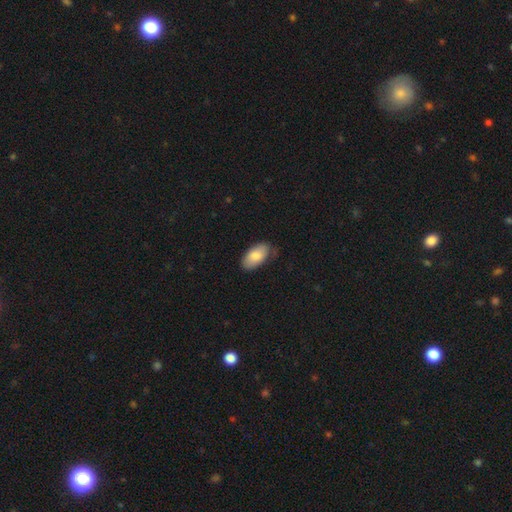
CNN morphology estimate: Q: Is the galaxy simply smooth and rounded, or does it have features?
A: smooth — 82%.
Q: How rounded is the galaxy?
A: in between — 94%.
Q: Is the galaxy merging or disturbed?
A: none — 71%.